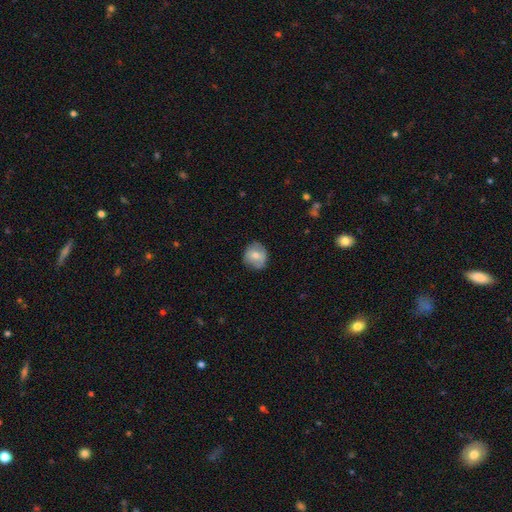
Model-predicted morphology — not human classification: Q: Smooth or featured?
A: smooth (66%); runner-up: featured or disk (26%)
Q: How rounded?
A: round (81%); runner-up: in between (18%)
Q: Merging?
A: none (76%); runner-up: minor disturbance (19%)